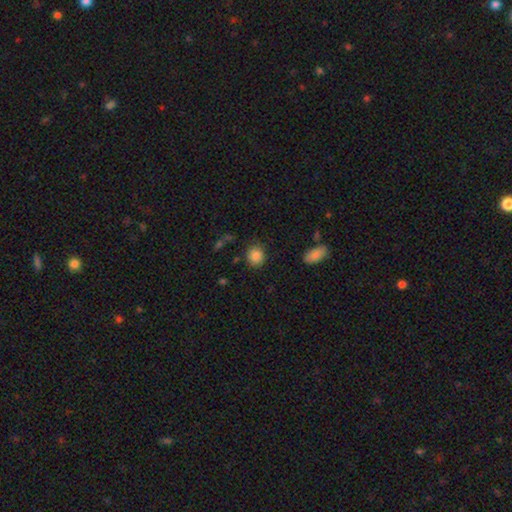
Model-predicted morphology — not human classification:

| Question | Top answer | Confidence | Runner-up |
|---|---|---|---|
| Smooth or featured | smooth | 86% | star or artifact (9%) |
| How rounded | round | 75% | in between (23%) |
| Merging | none | 81% | minor disturbance (13%) |